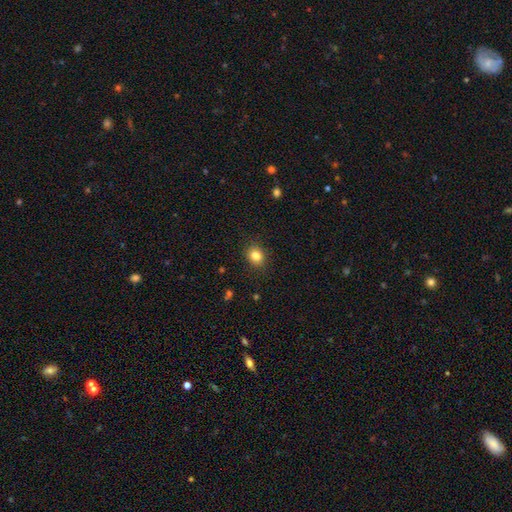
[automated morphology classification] Smooth or featured? smooth (83%)
How rounded? round (65%)
Merging? none (88%)